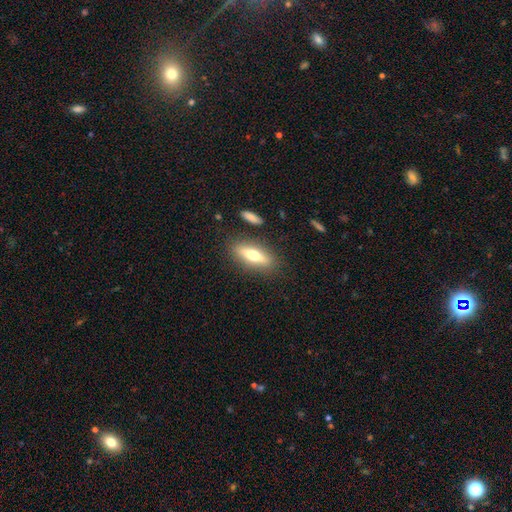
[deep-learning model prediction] A smooth galaxy with no disk features (52%) that is in between round and cigar-shaped (50%).

Vote fractions:
- Smooth or featured? smooth: 52% / featured or disk: 41% / star or artifact: 7%
- How rounded? in between: 50% / cigar-shaped: 46% / round: 3%
- Merging? none: 84% / minor disturbance: 9% / merger: 3% / major disturbance: 3%